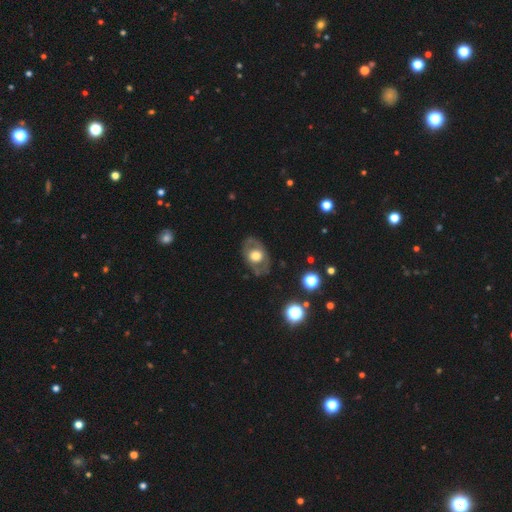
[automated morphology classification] This is possibly a featured or disk galaxy (54%). It is clearly not viewed edge-on (92%). Merging: likely none (74%).